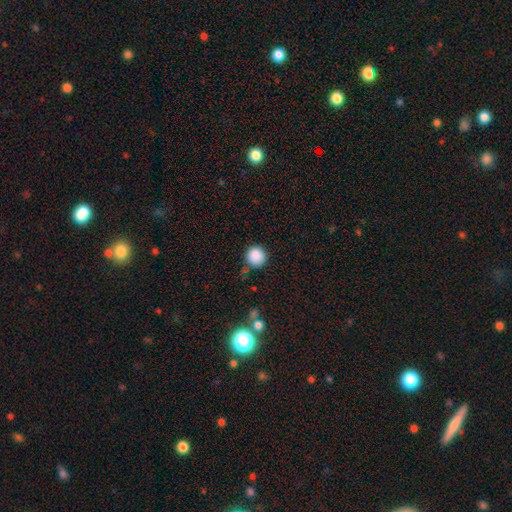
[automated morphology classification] This is clearly a smooth galaxy (87%). How rounded: clearly round (94%). Merging: likely none (76%).